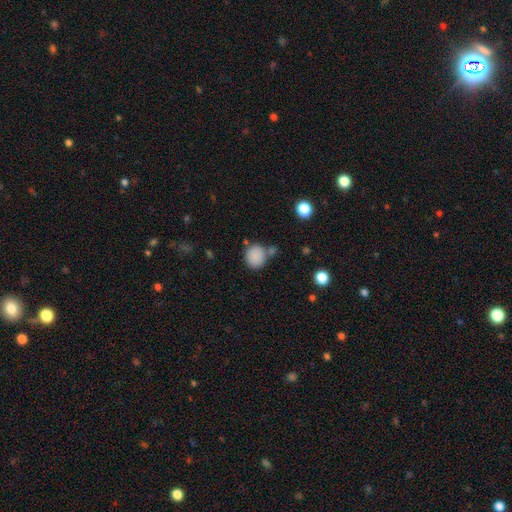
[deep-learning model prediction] This is clearly a smooth galaxy (85%). How rounded: clearly round (83%). Merging: likely none (64%).